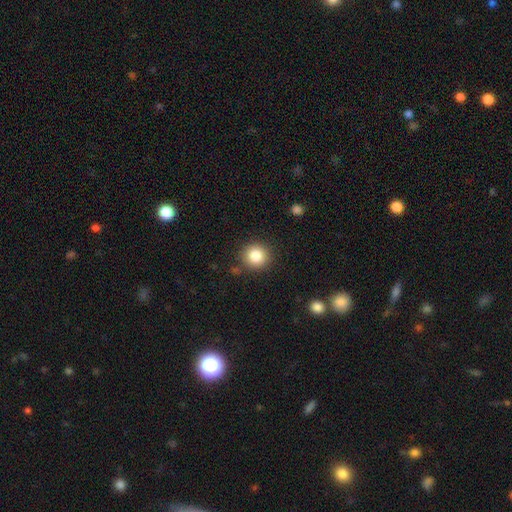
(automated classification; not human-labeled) A smooth galaxy with no disk features (83%) that is round (92%). Merging: none (87%).